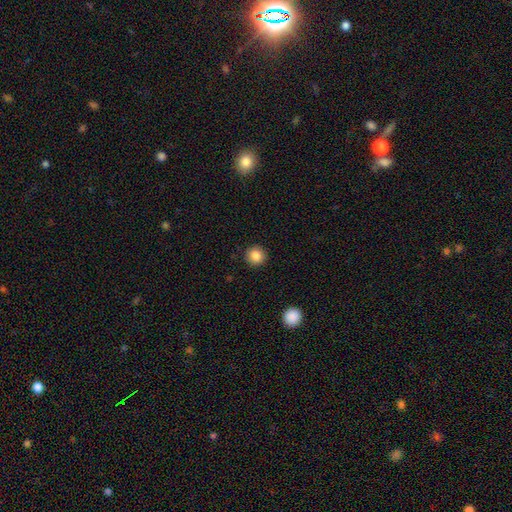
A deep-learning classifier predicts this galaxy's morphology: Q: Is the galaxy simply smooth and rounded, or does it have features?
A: smooth — 86%.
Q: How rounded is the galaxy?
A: round — 93%.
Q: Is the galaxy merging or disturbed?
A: none — 92%.